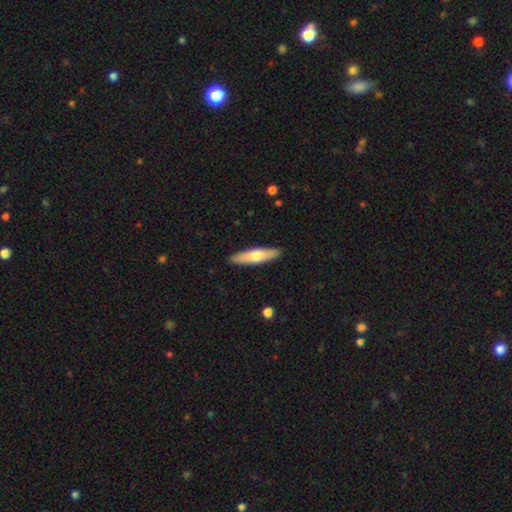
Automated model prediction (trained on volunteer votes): Q: Smooth or featured?
A: smooth (60%); runner-up: featured or disk (35%)
Q: How rounded?
A: cigar-shaped (73%); runner-up: in between (25%)
Q: Merging?
A: none (90%); runner-up: minor disturbance (7%)